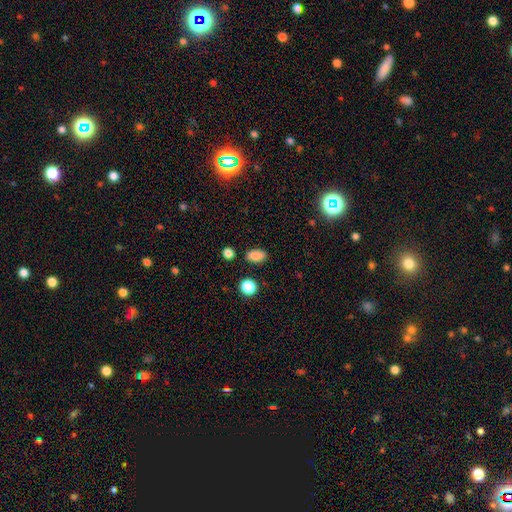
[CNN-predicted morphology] Smooth or featured? smooth (85%)
How rounded? in between (87%)
Merging? none (85%)